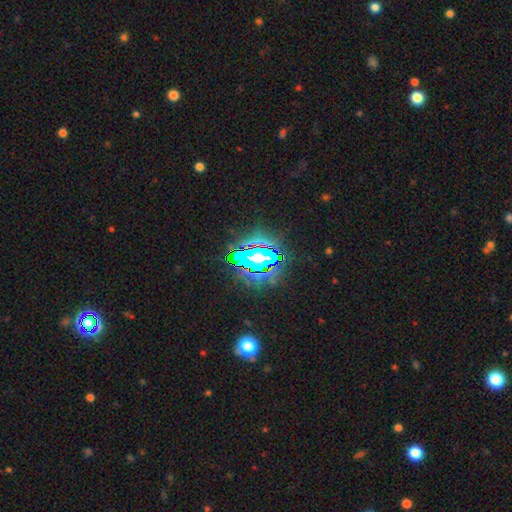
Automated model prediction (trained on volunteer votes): Smooth or featured? Predicted: star or artifact (p=0.65).